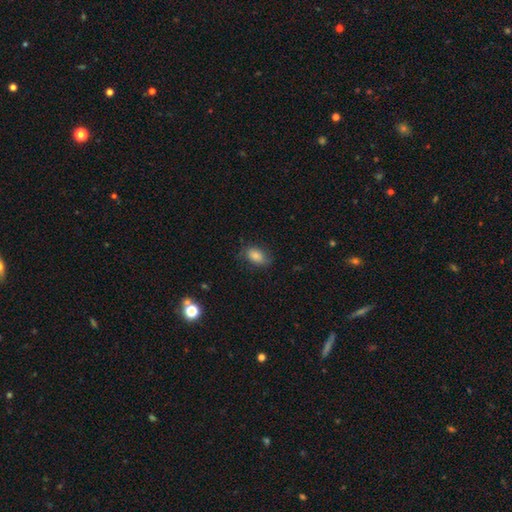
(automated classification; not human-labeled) Smooth or featured?
  - smooth: 79% *
  - featured or disk: 12%
  - star or artifact: 9%
How rounded?
  - in between: 87% *
  - round: 11%
  - cigar-shaped: 2%
Merging?
  - none: 72% *
  - minor disturbance: 21%
  - major disturbance: 6%
  - merger: 1%